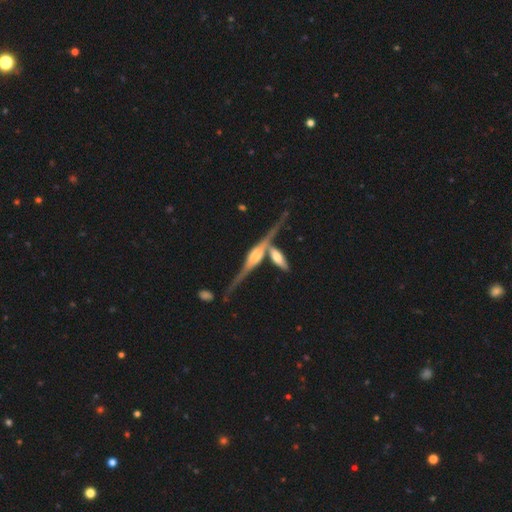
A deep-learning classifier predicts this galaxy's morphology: This appears to be a featured or disk galaxy (87%) viewed edge-on (95%) with a rounded central bulge (63%). Merging: none (55%).